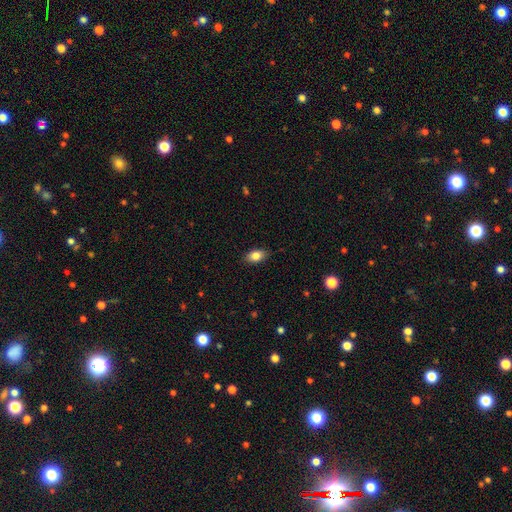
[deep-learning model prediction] Smooth or featured? Predicted: smooth (p=0.83). How rounded? Predicted: in between (p=0.87). Merging? Predicted: none (p=0.86).